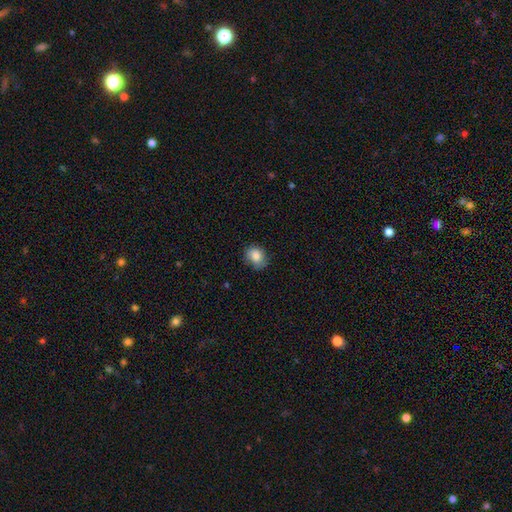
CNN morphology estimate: smooth 85%, star or artifact 8%, featured or disk 7%. Down the decision tree: how rounded — round (63%); merging — none (71%).